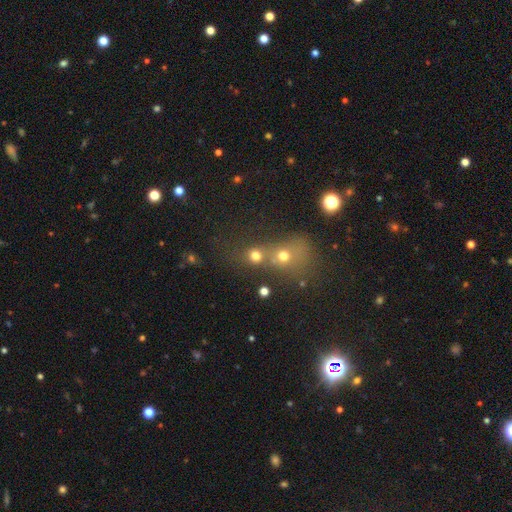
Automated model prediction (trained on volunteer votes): The model was most divided on "merging": merger: 50%, none: 37%, minor disturbance: 7%, major disturbance: 6%. More confident: how rounded — round (80%); smooth or featured — smooth (68%).